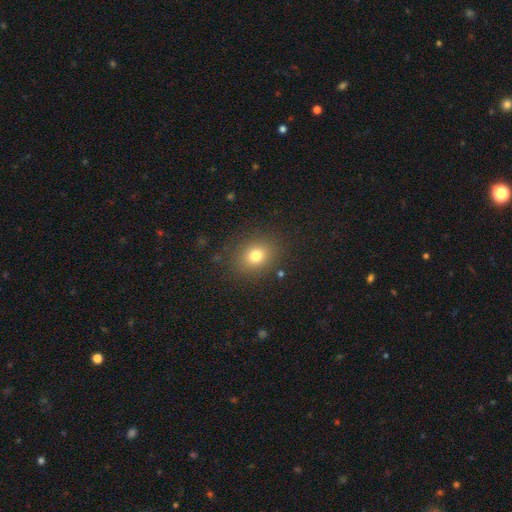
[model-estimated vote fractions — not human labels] smooth 77%, star or artifact 14%, featured or disk 9%. Down the decision tree: how rounded — round (64%); merging — none (86%).